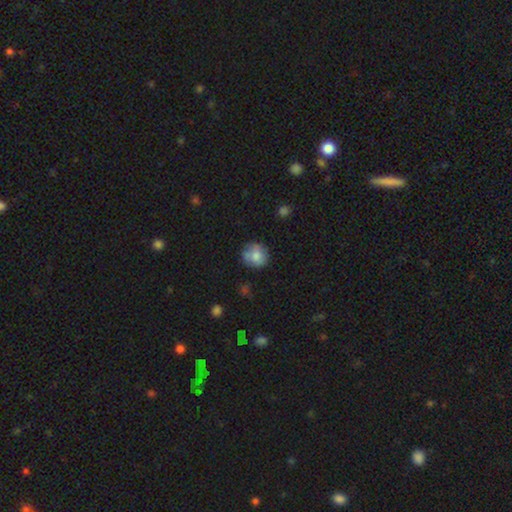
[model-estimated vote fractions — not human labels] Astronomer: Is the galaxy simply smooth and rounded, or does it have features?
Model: smooth — 71%.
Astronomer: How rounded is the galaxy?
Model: round — 83%.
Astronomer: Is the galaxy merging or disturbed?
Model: none — 69%.